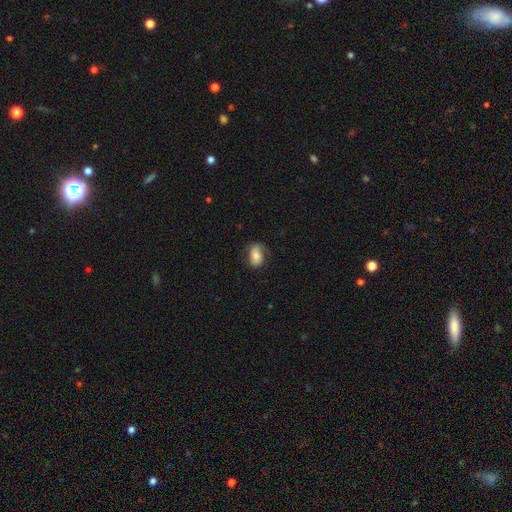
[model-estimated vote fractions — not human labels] Q: Smooth or featured?
A: smooth (61%); runner-up: featured or disk (31%)
Q: How rounded?
A: in between (79%); runner-up: round (20%)
Q: Merging?
A: none (63%); runner-up: minor disturbance (24%)